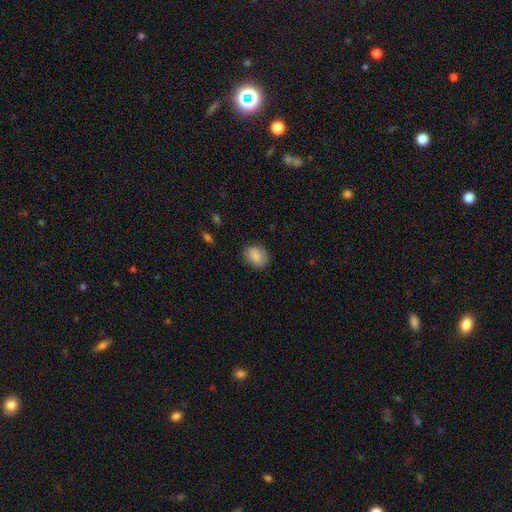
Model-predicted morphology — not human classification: smooth 84%, featured or disk 9%, star or artifact 7%. Down the decision tree: how rounded — in between (56%); merging — none (81%).